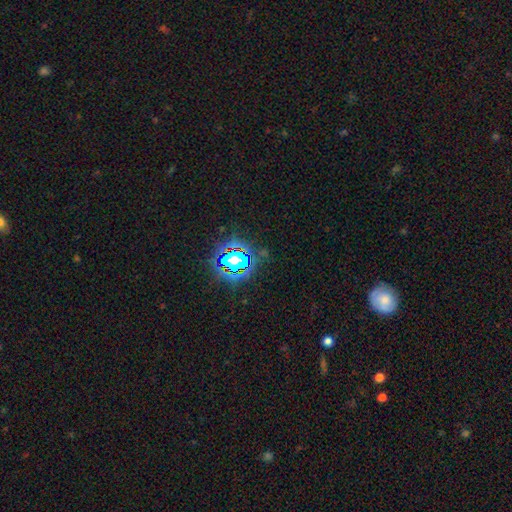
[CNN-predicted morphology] star or artifact 77%, smooth 14%, featured or disk 9%.